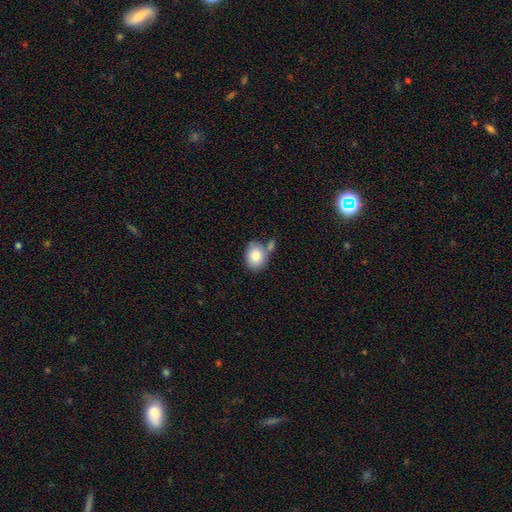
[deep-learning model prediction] A smooth galaxy with no disk features (81%) that is in between round and cigar-shaped (53%).

Vote fractions:
- Smooth or featured? smooth: 81% / featured or disk: 11% / star or artifact: 8%
- How rounded? in between: 53% / round: 46% / cigar-shaped: 1%
- Merging? none: 56% / merger: 21% / minor disturbance: 18% / major disturbance: 5%